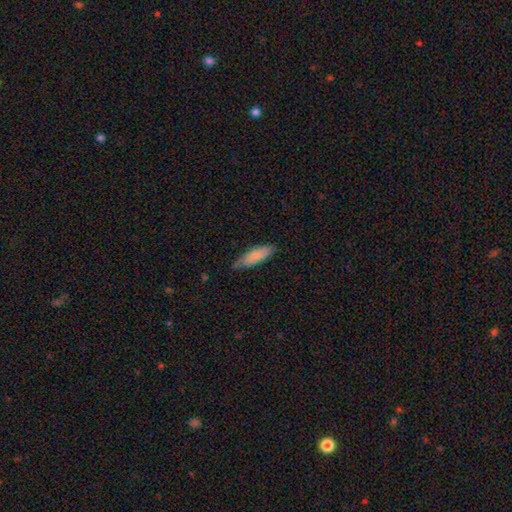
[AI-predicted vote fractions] This appears to be a smooth galaxy with no disk features (76%) that is in between round and cigar-shaped (52%). Merging: none (72%).